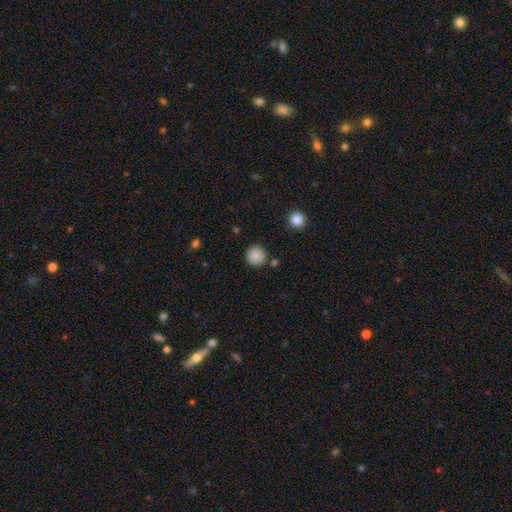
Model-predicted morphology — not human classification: This appears to be a smooth galaxy with no disk features (88%) that is round (95%). Merging: none (87%).